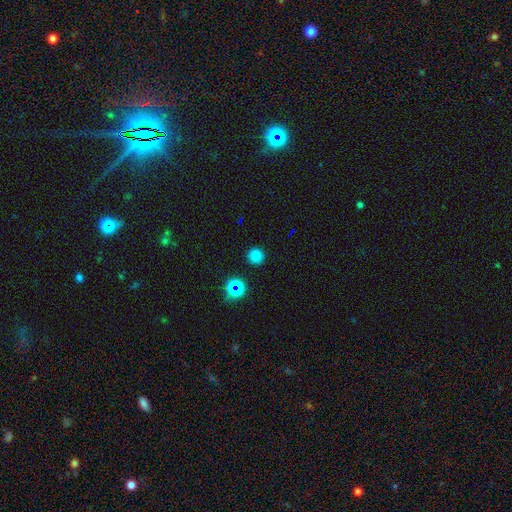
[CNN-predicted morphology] Overall: smooth (76%). How rounded: round (95%). Merging: none (91%).